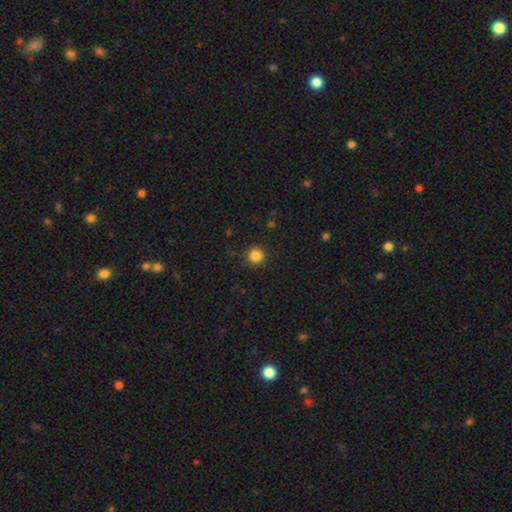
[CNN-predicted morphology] A smooth galaxy with no disk features (85%) that is round (94%).

Vote fractions:
- Smooth or featured? smooth: 85% / star or artifact: 12% / featured or disk: 3%
- How rounded? round: 94% / in between: 5% / cigar-shaped: 1%
- Merging? none: 90% / minor disturbance: 6% / major disturbance: 2% / merger: 1%